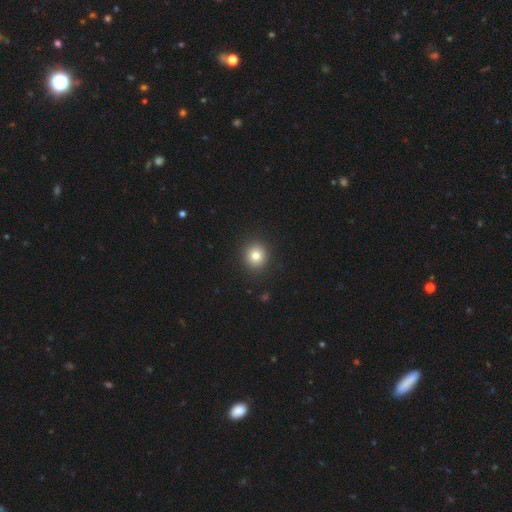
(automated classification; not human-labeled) A smooth galaxy with no disk features (81%) that is round (90%).

Vote fractions:
- Smooth or featured? smooth: 81% / star or artifact: 11% / featured or disk: 8%
- How rounded? round: 90% / in between: 9% / cigar-shaped: 1%
- Merging? none: 91% / minor disturbance: 6% / major disturbance: 2% / merger: 1%